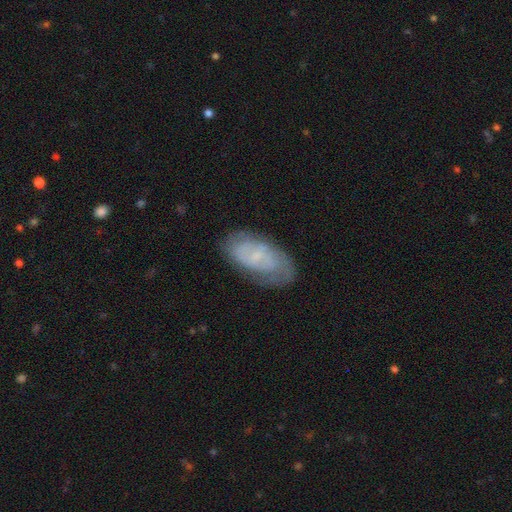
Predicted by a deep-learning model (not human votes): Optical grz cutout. It shows a featured or disk galaxy (60%) with no bar (54%), spiral arms (79%) and a small central bulge (72%). Merging: none (67%).